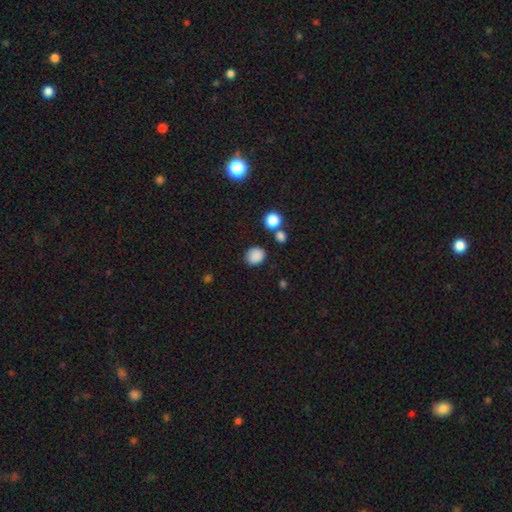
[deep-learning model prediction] Morphology: type=smooth (86%); roundness=round (61%); merging=none (82%).